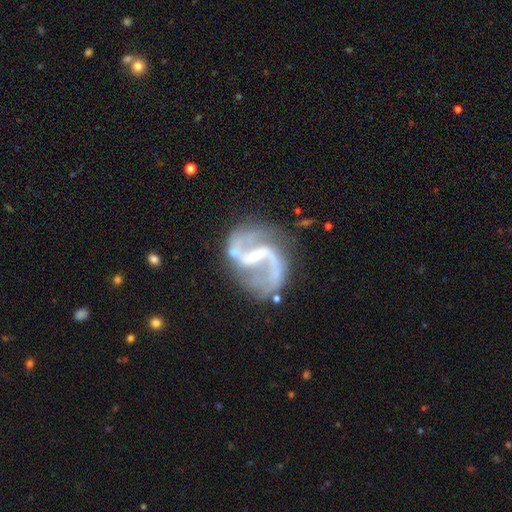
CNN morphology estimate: Overall: featured or disk (92%). Edge-on disk: no (98%). Bar: strong (47%; weak 38%). Spiral arms: yes (97%). Spiral arm count: 2 (93%). Spiral winding: loose (53%; medium 39%). Bulge size: small (68%). Merging: none (72%).